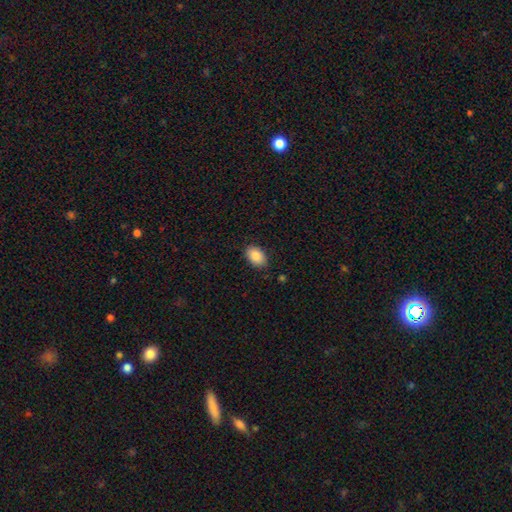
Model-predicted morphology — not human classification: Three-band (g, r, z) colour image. It shows a smooth galaxy with no disk features (87%) that is in between round and cigar-shaped (89%). Merging: none (87%).